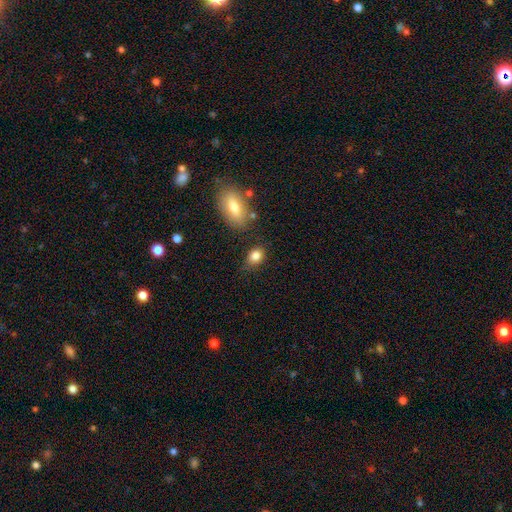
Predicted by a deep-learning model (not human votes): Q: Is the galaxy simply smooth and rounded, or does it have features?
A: smooth — 85%.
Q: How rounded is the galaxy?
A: in between — 71%.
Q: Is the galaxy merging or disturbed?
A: none — 69%.